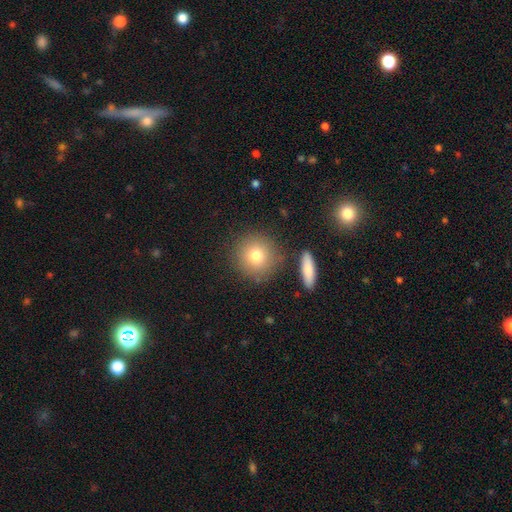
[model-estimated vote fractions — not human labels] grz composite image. It shows a smooth galaxy with no disk features (77%) that is round (93%). Merging: none (84%).